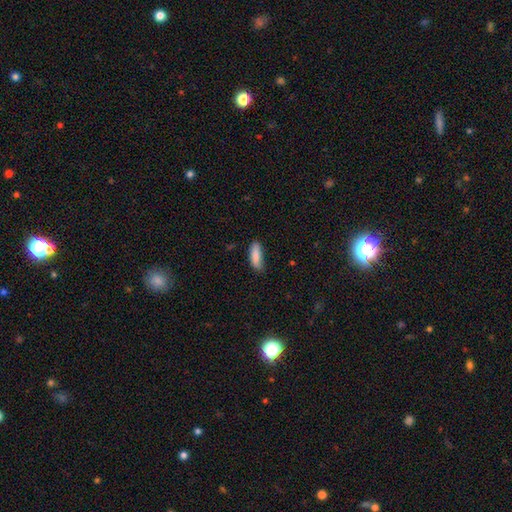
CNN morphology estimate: A smooth galaxy with no disk features (87%) that is in between round and cigar-shaped (55%). Merging: none (72%).